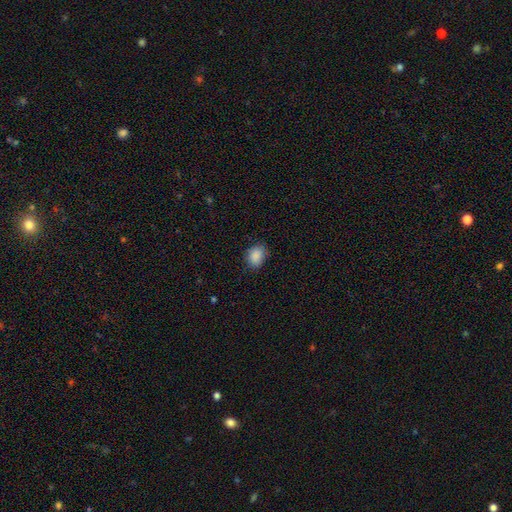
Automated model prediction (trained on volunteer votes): Q: Smooth or featured?
A: smooth (88%); runner-up: star or artifact (8%)
Q: How rounded?
A: in between (62%); runner-up: round (37%)
Q: Merging?
A: none (79%); runner-up: minor disturbance (16%)